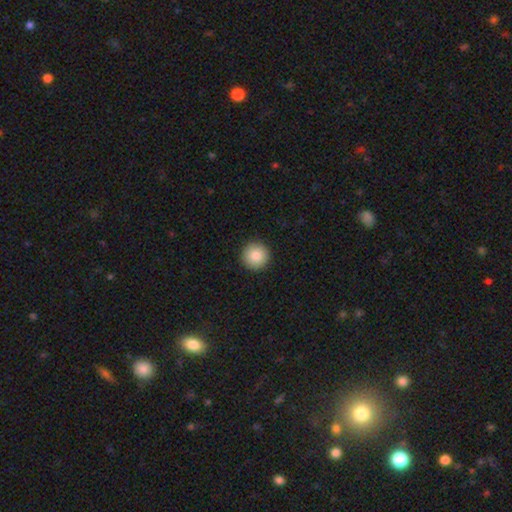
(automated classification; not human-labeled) smooth-or-featured: smooth: 86% | star or artifact: 8% | featured or disk: 6%
  how-rounded: round: 96% | in between: 3% | cigar-shaped: 1%
  merging: none: 93% | minor disturbance: 5% | major disturbance: 1% | merger: 1%